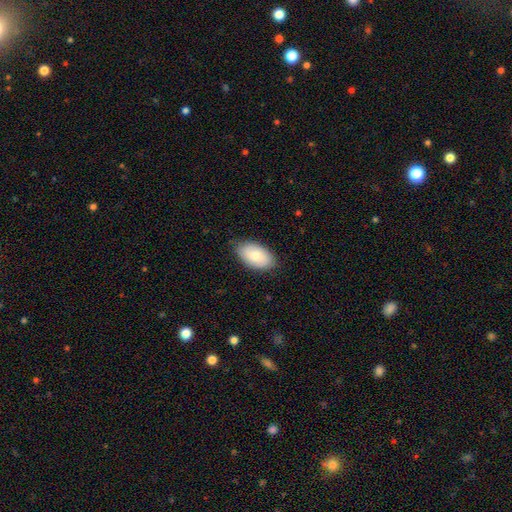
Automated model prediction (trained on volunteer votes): Smooth or featured?
  - smooth: 78% *
  - featured or disk: 16%
  - star or artifact: 6%
How rounded?
  - in between: 94% *
  - round: 4%
  - cigar-shaped: 1%
Merging?
  - none: 81% *
  - minor disturbance: 16%
  - major disturbance: 3%
  - merger: 1%